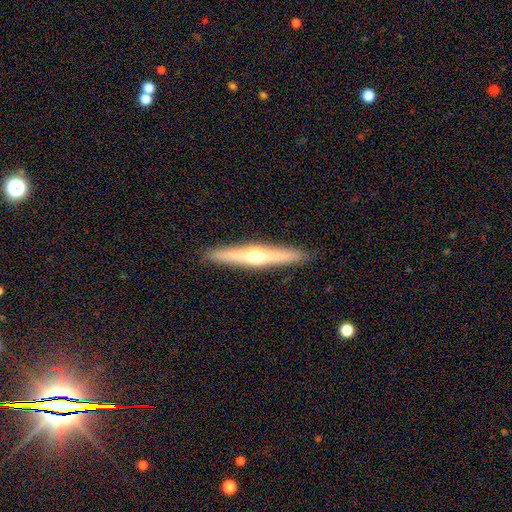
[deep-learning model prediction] Smooth or featured? featured or disk (65%)
Edge-on disk? yes (97%)
Edge-on bulge? rounded (91%)
Merging? none (92%)